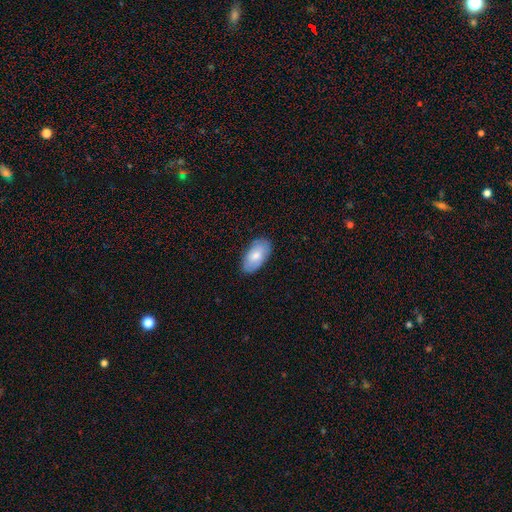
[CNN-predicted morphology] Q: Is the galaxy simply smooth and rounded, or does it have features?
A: smooth — 74%.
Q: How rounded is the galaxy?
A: in between — 95%.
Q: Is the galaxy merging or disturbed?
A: none — 84%.